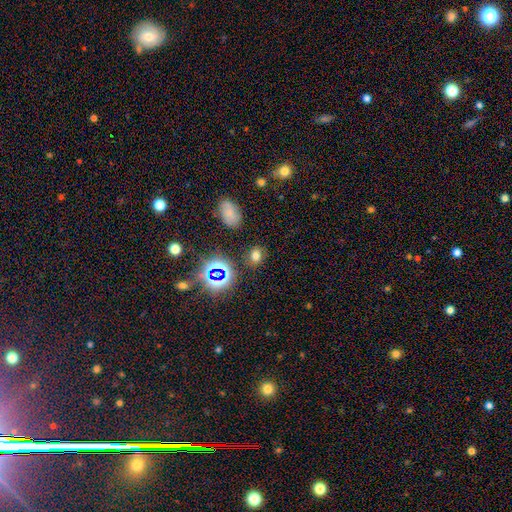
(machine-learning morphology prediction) smooth_or_featured: smooth (p=0.65) [alt: star or artifact p=0.27]
how_rounded: in between (p=0.53) [alt: round p=0.46]
merging: none (p=0.84) [alt: minor disturbance p=0.10]